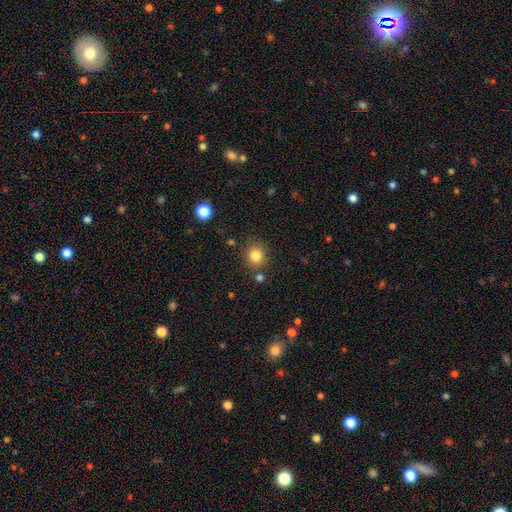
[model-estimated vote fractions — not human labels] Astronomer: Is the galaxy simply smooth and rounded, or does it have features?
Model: smooth — 82%.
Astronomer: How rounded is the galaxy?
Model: round — 79%.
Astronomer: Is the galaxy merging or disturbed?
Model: none — 81%.